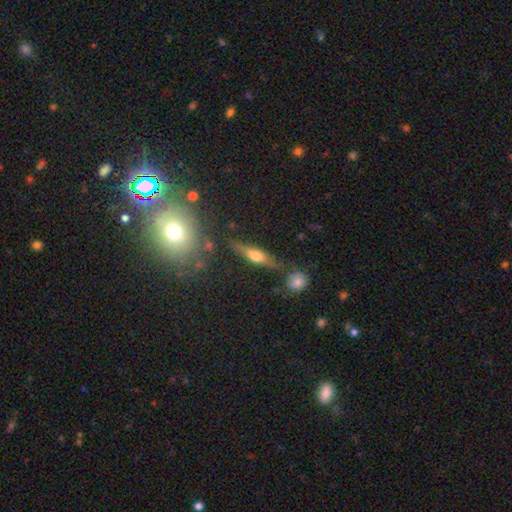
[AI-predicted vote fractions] The model was most divided on "smooth or featured": featured or disk: 50%, smooth: 42%, star or artifact: 9%. More confident: merging — none (77%).